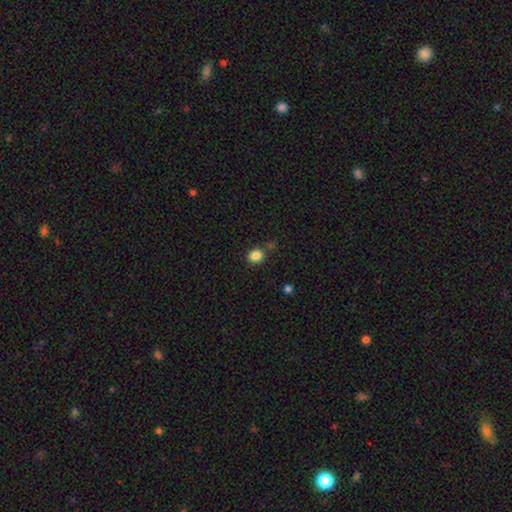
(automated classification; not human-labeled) This is clearly a smooth galaxy (85%). How rounded: possibly round (59%). Merging: likely none (75%).